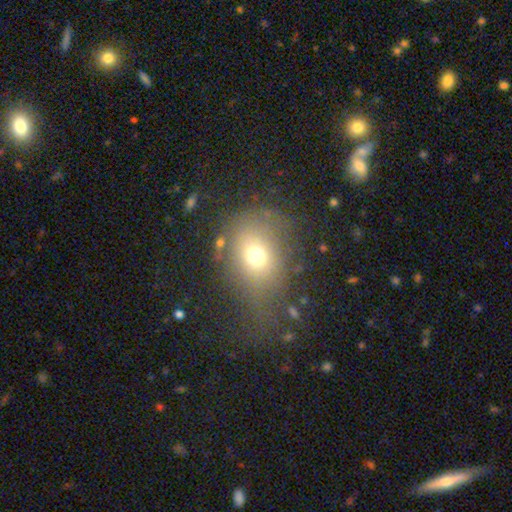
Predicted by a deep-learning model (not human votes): A smooth galaxy with no disk features (68%) that is round (55%).

Vote fractions:
- Smooth or featured? smooth: 68% / star or artifact: 17% / featured or disk: 16%
- How rounded? round: 55% / in between: 43% / cigar-shaped: 1%
- Merging? none: 63% / minor disturbance: 17% / major disturbance: 15% / merger: 4%